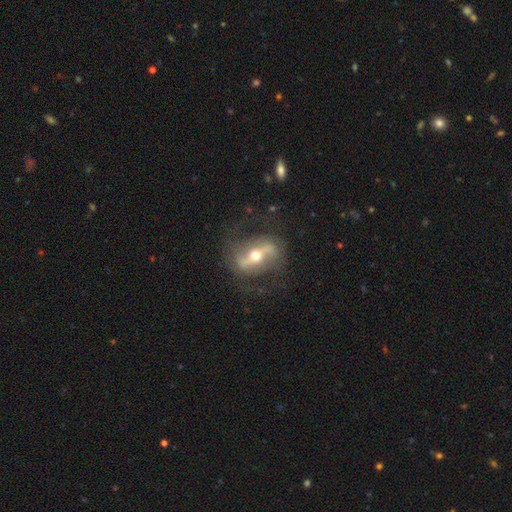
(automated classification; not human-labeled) smooth_or_featured: featured or disk (p=0.81) [alt: smooth p=0.13]
disk_edge_on: no (p=0.81) [alt: yes p=0.19]
bar: strong (p=0.70) [alt: weak p=0.18]
has_spiral_arms: yes (p=0.72) [alt: no p=0.28]
bulge_size: moderate (p=0.67) [alt: small p=0.25]
merging: none (p=0.74) [alt: minor disturbance p=0.14]